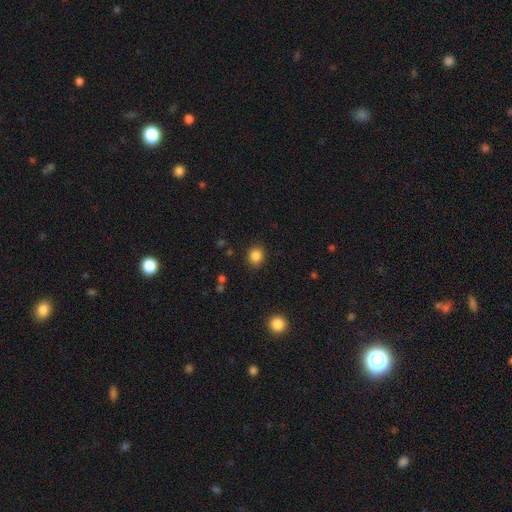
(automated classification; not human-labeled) A smooth galaxy with no disk features (85%) that is round (78%). Merging: none (88%).